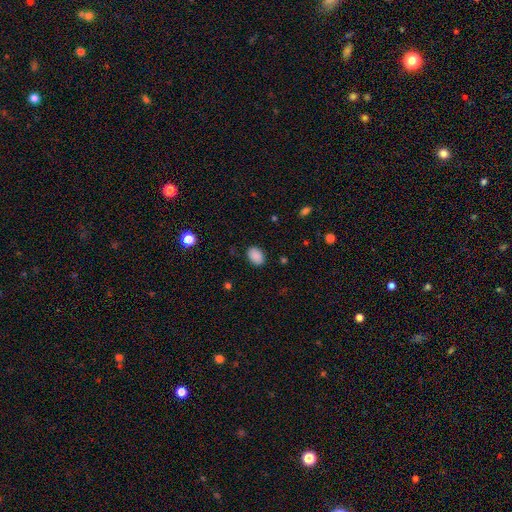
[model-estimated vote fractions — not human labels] This is clearly a smooth galaxy (89%). How rounded: clearly in between (82%). Merging: clearly none (86%).